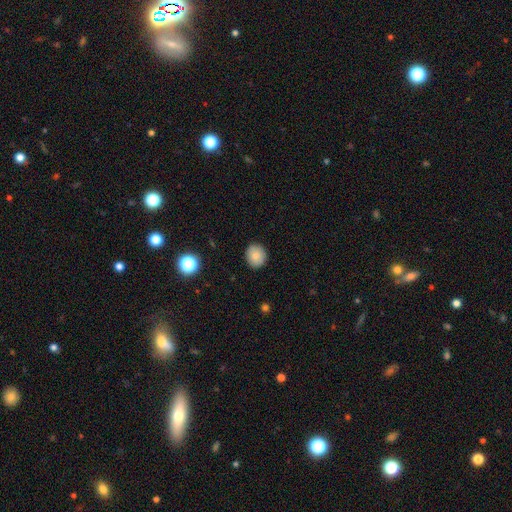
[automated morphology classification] A smooth galaxy with no disk features (83%) that is round (79%).

Vote fractions:
- Smooth or featured? smooth: 83% / star or artifact: 9% / featured or disk: 8%
- How rounded? round: 79% / in between: 20% / cigar-shaped: 1%
- Merging? none: 90% / minor disturbance: 8% / major disturbance: 2% / merger: 1%